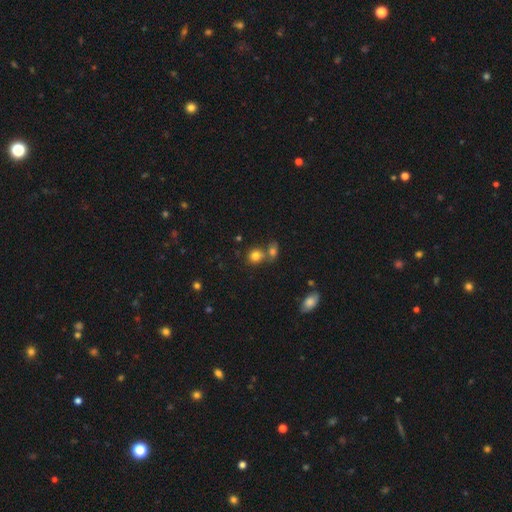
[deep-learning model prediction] Q: Smooth or featured?
A: smooth (80%); runner-up: star or artifact (12%)
Q: How rounded?
A: round (79%); runner-up: in between (20%)
Q: Merging?
A: none (53%); runner-up: merger (35%)